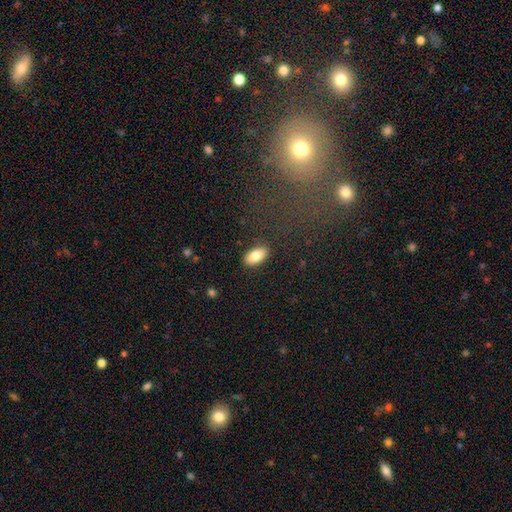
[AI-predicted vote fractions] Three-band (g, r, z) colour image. It shows a smooth galaxy with no disk features (82%) that is in between round and cigar-shaped (93%). Merging: none (87%).